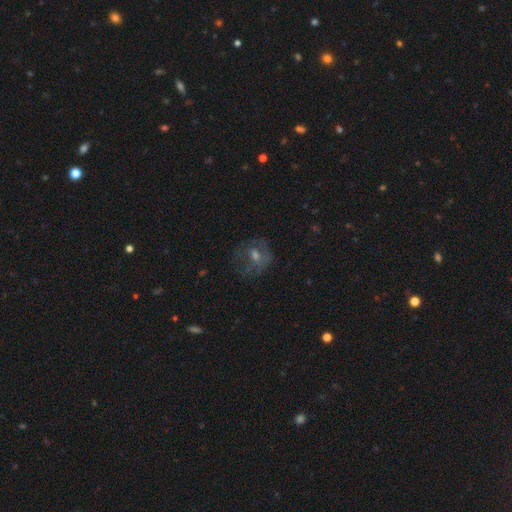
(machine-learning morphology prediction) Smooth or featured?
  - featured or disk: 46% *
  - smooth: 35%
  - star or artifact: 18%
Merging?
  - none: 62% *
  - minor disturbance: 19%
  - major disturbance: 17%
  - merger: 2%